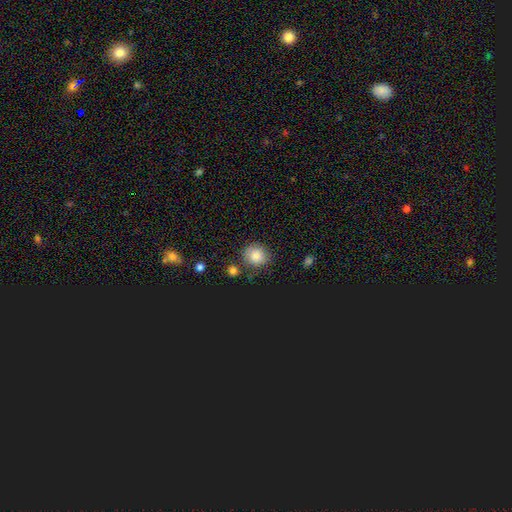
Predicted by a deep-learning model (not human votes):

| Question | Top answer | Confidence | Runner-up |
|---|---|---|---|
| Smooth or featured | smooth | 80% | star or artifact (14%) |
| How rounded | round | 78% | in between (20%) |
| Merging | none | 78% | minor disturbance (13%) |